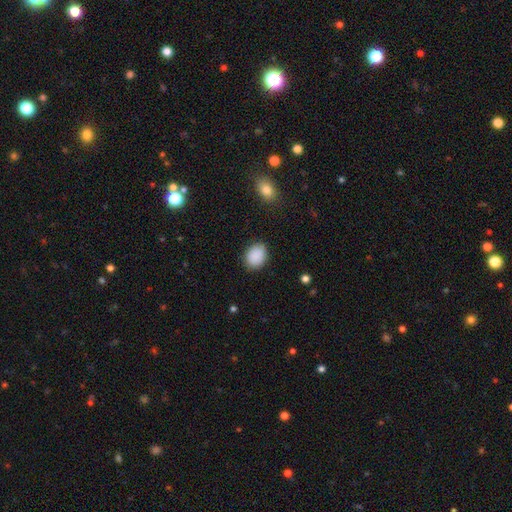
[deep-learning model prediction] Smooth or featured? smooth (90%)
How rounded? in between (57%)
Merging? none (87%)